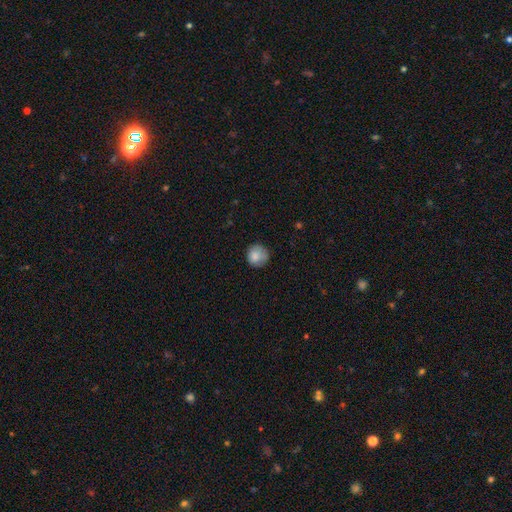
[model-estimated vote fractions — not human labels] A smooth galaxy with no disk features (84%) that is round (91%).

Vote fractions:
- Smooth or featured? smooth: 84% / star or artifact: 9% / featured or disk: 8%
- How rounded? round: 91% / in between: 8% / cigar-shaped: 1%
- Merging? none: 74% / minor disturbance: 19% / major disturbance: 5% / merger: 1%